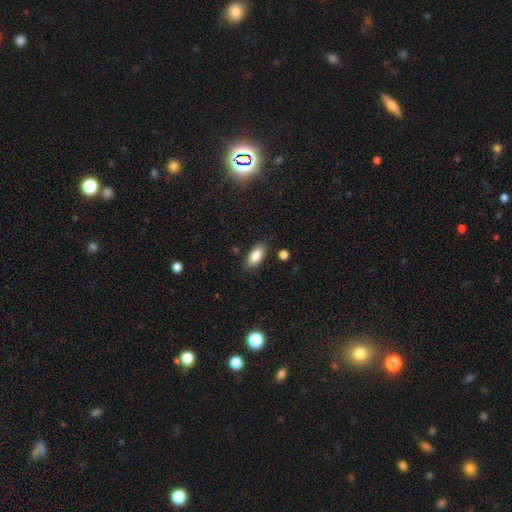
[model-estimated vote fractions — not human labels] This is clearly a smooth galaxy (84%). How rounded: clearly in between (89%). Merging: clearly none (85%).